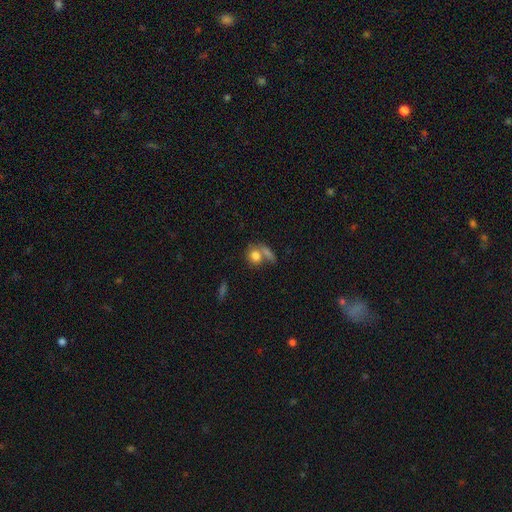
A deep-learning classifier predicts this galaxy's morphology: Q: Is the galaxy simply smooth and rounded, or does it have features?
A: smooth — 78%.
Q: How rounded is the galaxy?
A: round — 61%.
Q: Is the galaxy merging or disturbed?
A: merger — 43%.